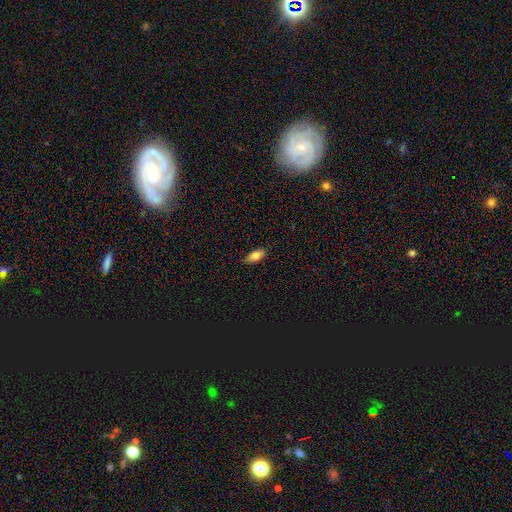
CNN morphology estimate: smooth 81%, featured or disk 11%, star or artifact 8%. Down the decision tree: how rounded — in between (86%); merging — none (85%).